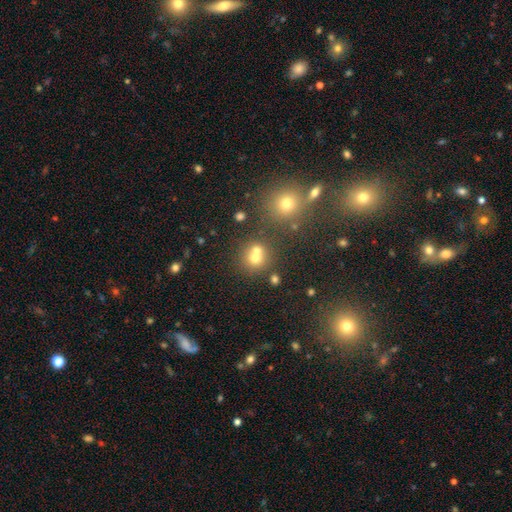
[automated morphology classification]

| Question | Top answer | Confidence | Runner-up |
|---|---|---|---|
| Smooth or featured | smooth | 66% | star or artifact (21%) |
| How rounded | round | 87% | in between (12%) |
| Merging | none | 53% | merger (36%) |